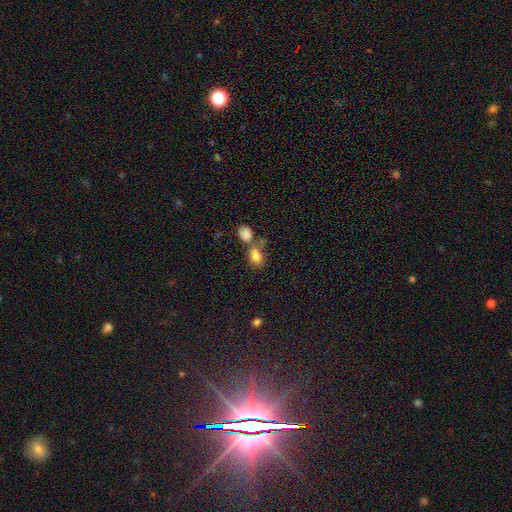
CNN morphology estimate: Smooth or featured? Predicted: smooth (p=0.80). How rounded? Predicted: in between (p=0.79). Merging? Predicted: merger (p=0.50).